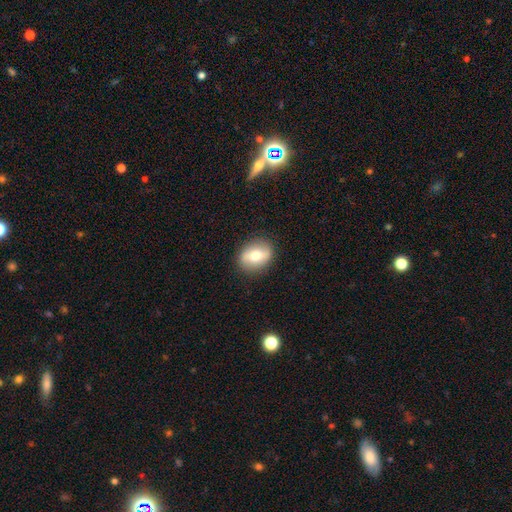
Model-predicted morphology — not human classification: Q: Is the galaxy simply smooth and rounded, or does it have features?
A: smooth — 62%.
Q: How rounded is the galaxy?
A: in between — 56%.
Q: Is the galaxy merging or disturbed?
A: none — 86%.